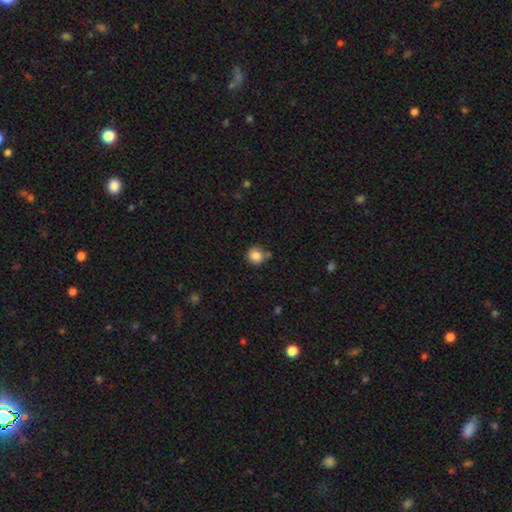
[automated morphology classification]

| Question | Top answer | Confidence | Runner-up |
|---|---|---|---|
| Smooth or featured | smooth | 84% | star or artifact (10%) |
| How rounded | round | 87% | in between (12%) |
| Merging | none | 67% | minor disturbance (19%) |